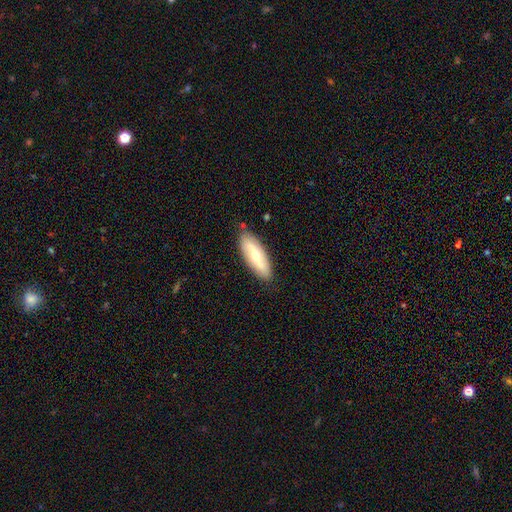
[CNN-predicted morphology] Q: Smooth or featured?
A: smooth (52%); runner-up: featured or disk (43%)
Q: How rounded?
A: in between (60%); runner-up: cigar-shaped (37%)
Q: Merging?
A: none (85%); runner-up: minor disturbance (11%)